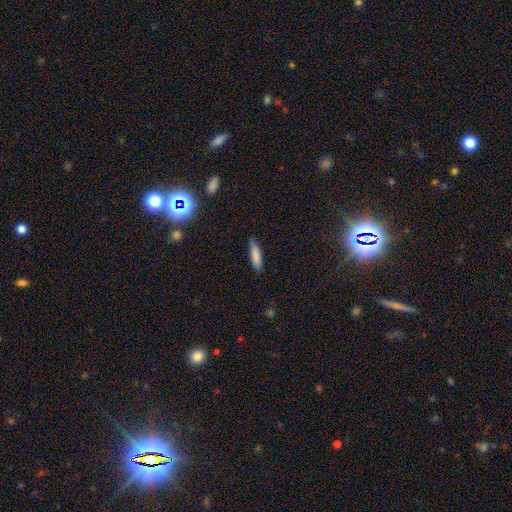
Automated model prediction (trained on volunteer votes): Smooth or featured? smooth (82%)
How rounded? cigar-shaped (71%)
Merging? none (81%)